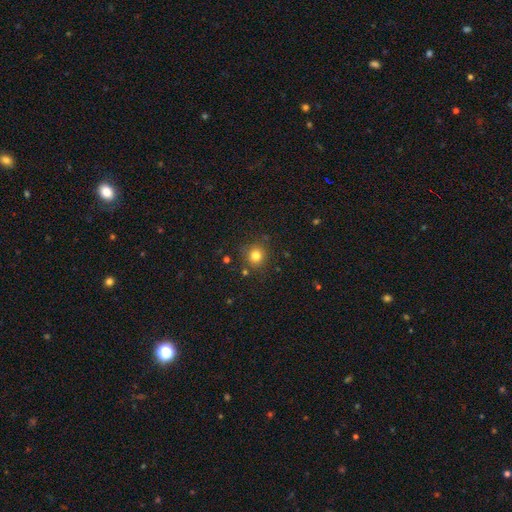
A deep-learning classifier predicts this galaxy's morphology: type=smooth (80%); roundness=round (90%); merging=none (84%).